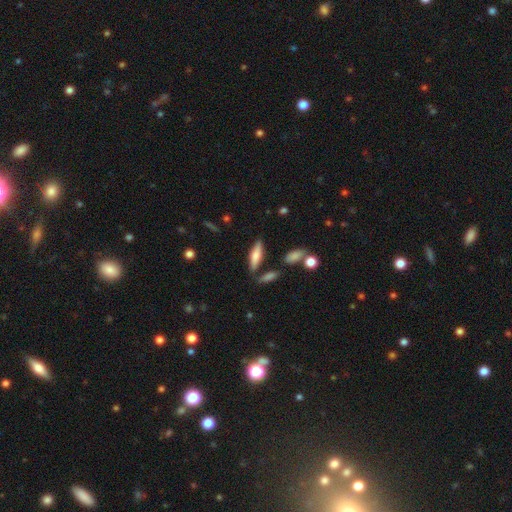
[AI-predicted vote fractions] This is likely a smooth galaxy (66%). How rounded: possibly cigar-shaped (53%). Merging: likely none (76%).